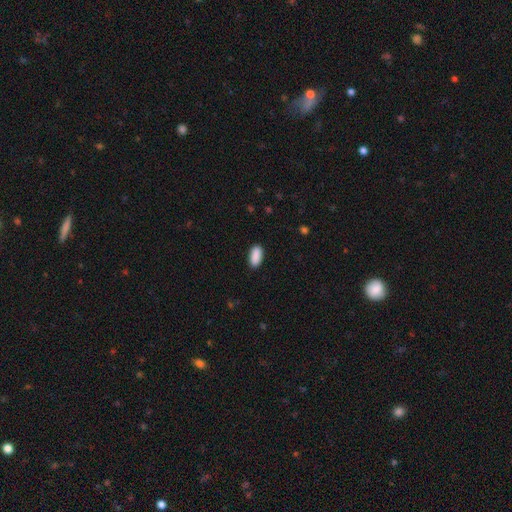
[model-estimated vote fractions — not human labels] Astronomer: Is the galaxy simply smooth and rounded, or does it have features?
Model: smooth — 90%.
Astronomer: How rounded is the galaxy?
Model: in between — 89%.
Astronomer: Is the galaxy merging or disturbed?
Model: none — 88%.